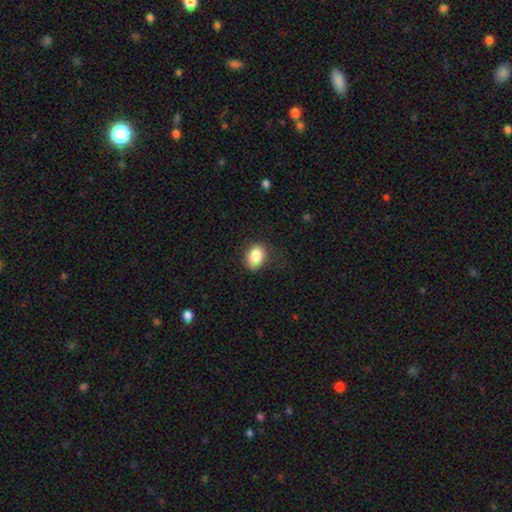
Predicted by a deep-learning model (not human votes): Smooth or featured? Predicted: smooth (p=0.86). How rounded? Predicted: in between (p=0.72). Merging? Predicted: none (p=0.74).